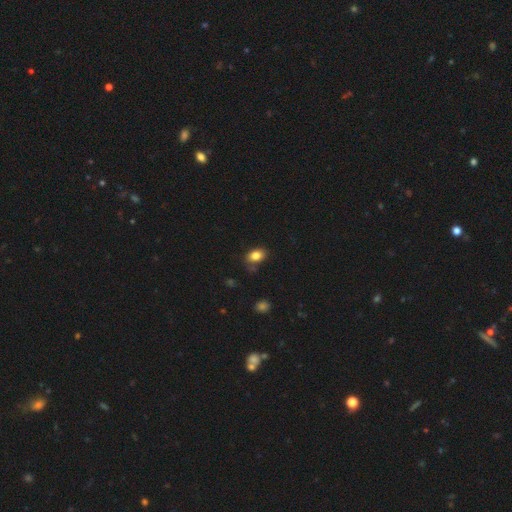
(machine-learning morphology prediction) The model was most divided on "merging": none: 71%, minor disturbance: 20%, major disturbance: 5%, merger: 3%. More confident: smooth or featured — smooth (83%); how rounded — in between (77%).